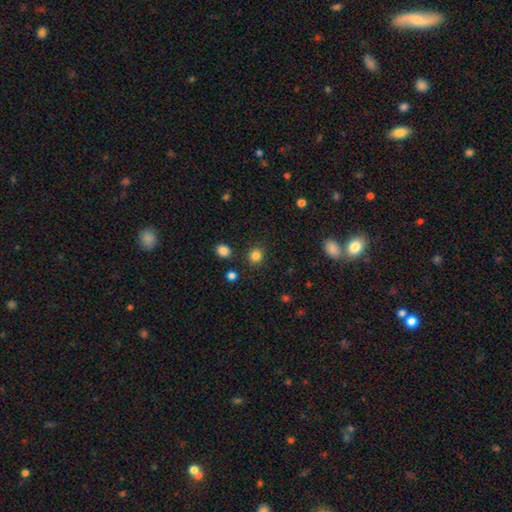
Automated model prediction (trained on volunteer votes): The model was most divided on "how rounded": round: 82%, in between: 17%, cigar-shaped: 1%. More confident: merging — none (87%); smooth or featured — smooth (84%).